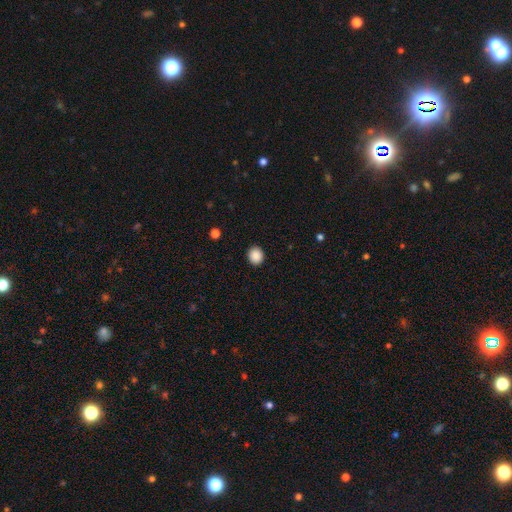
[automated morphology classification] smooth-or-featured: smooth: 89% | star or artifact: 9% | featured or disk: 2%
  how-rounded: round: 85% | in between: 14% | cigar-shaped: 1%
  merging: none: 92% | minor disturbance: 5% | major disturbance: 2% | merger: 1%